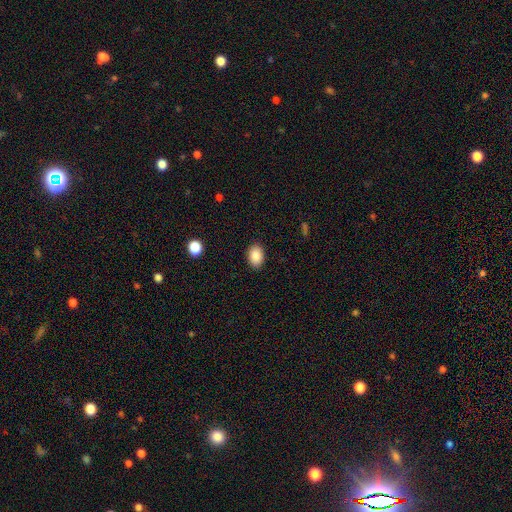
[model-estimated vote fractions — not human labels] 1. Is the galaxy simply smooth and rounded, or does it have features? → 87% smooth, 8% star or artifact, 5% featured or disk.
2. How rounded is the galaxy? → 79% in between, 20% round, 1% cigar-shaped.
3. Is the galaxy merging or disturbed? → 89% none, 8% minor disturbance, 2% major disturbance, 1% merger.